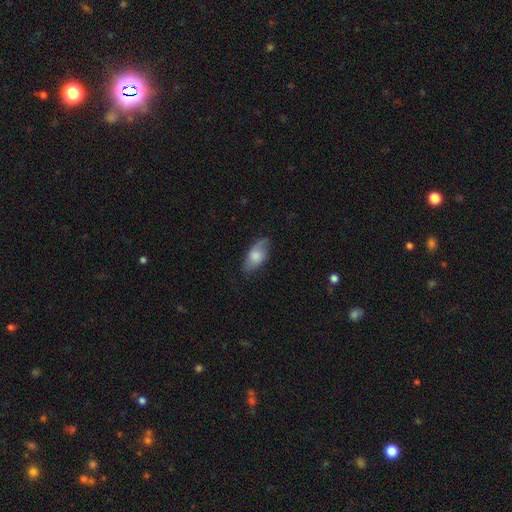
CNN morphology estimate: Q: Smooth or featured?
A: smooth (65%); runner-up: featured or disk (28%)
Q: How rounded?
A: in between (89%); runner-up: cigar-shaped (7%)
Q: Merging?
A: none (69%); runner-up: minor disturbance (23%)